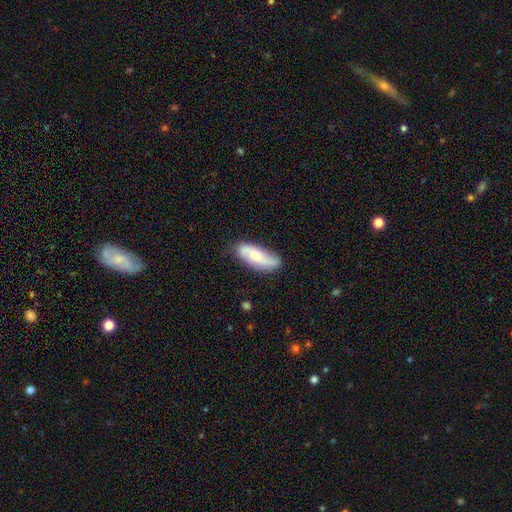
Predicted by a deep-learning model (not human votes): Overall: smooth (48%; featured or disk 46%). Merging: none (74%).